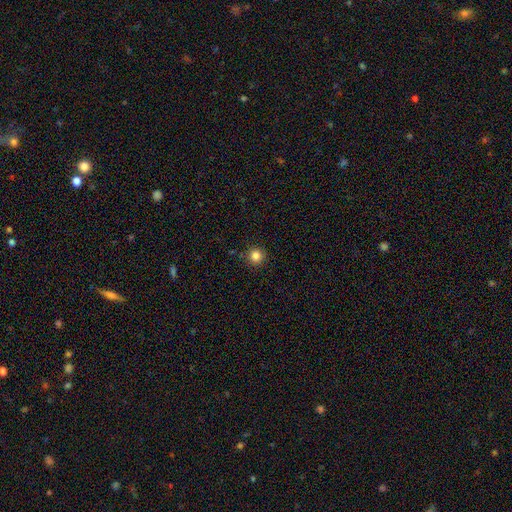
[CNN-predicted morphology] Q: Smooth or featured?
A: smooth (84%); runner-up: star or artifact (12%)
Q: How rounded?
A: round (95%); runner-up: in between (4%)
Q: Merging?
A: none (91%); runner-up: minor disturbance (6%)